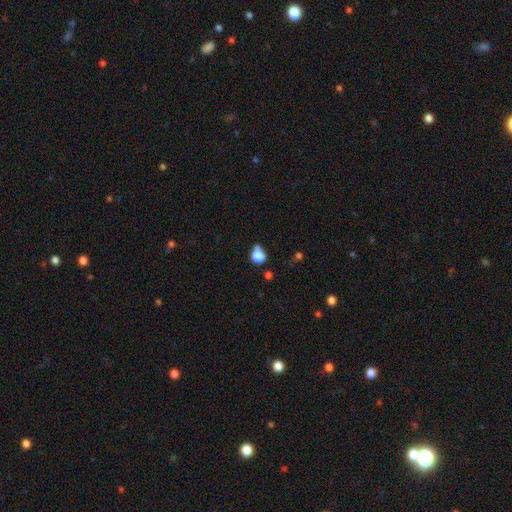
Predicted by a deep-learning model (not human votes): Overall: smooth (80%). How rounded: round (68%; in between 31%). Merging: none (40%; minor disturbance 30%).